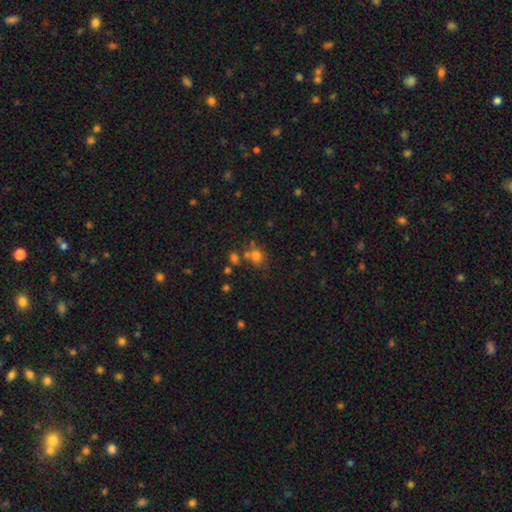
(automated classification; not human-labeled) Q: Smooth or featured?
A: smooth (73%); runner-up: star or artifact (17%)
Q: How rounded?
A: round (74%); runner-up: in between (25%)
Q: Merging?
A: none (58%); runner-up: merger (24%)